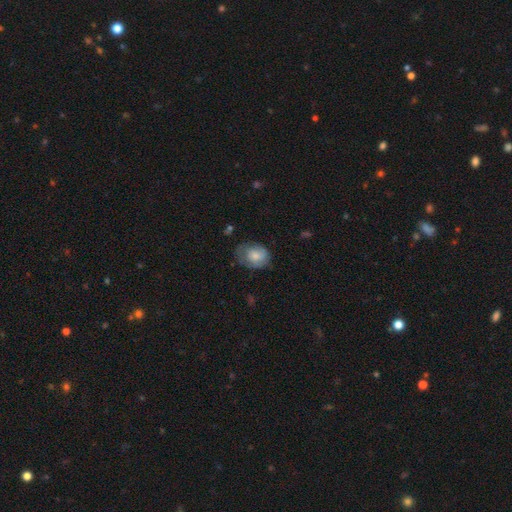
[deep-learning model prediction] Morphology: type=smooth (61%); roundness=in between (64%); merging=none (57%).